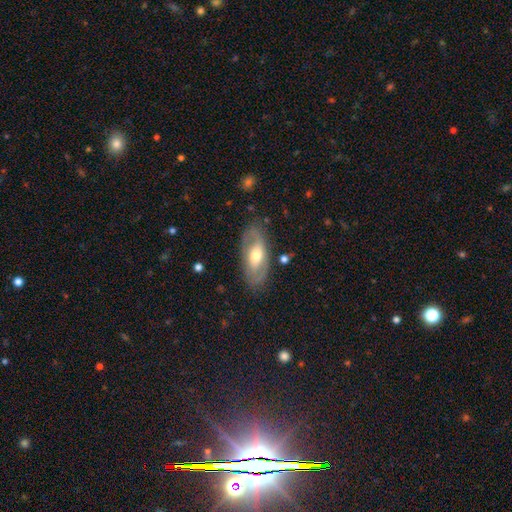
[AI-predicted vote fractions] This appears to be a featured or disk galaxy (62%) with no bar (48%), spiral arms (58%) and a moderate central bulge (67%). Merging: none (80%).